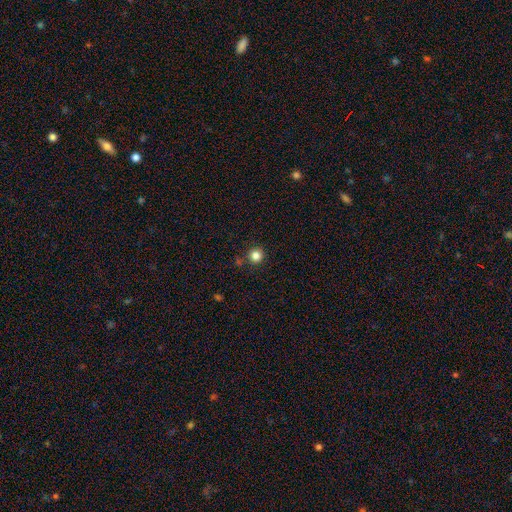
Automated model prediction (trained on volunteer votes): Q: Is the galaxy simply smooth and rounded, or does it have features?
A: smooth — 83%.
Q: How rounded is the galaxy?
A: round — 95%.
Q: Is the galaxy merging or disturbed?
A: none — 85%.